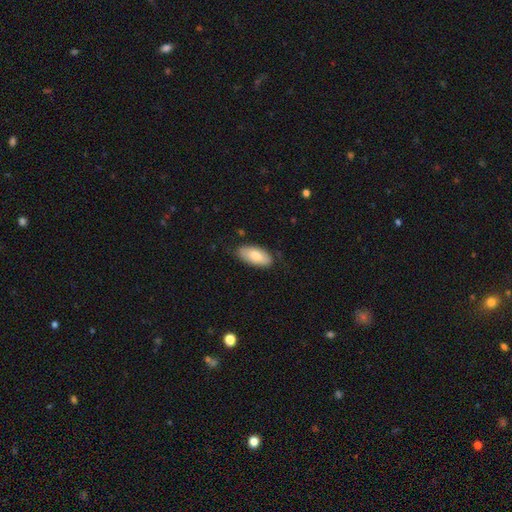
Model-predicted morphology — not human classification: Smooth or featured?
  - smooth: 80% *
  - featured or disk: 14%
  - star or artifact: 6%
How rounded?
  - in between: 92% *
  - cigar-shaped: 6%
  - round: 2%
Merging?
  - none: 78% *
  - minor disturbance: 18%
  - major disturbance: 3%
  - merger: 1%